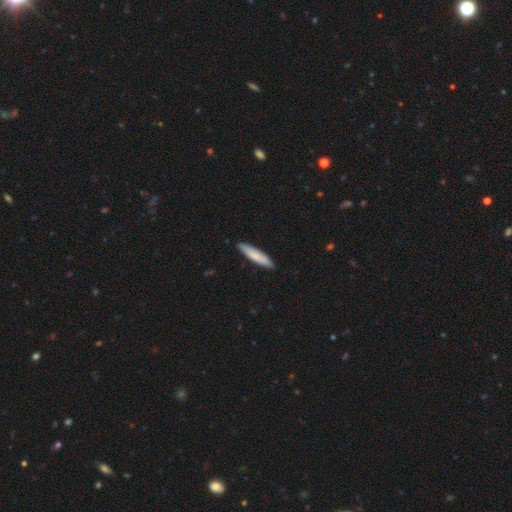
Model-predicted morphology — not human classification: This appears to be a smooth galaxy with no disk features (78%) that is cigar-shaped (85%). Merging: none (88%).